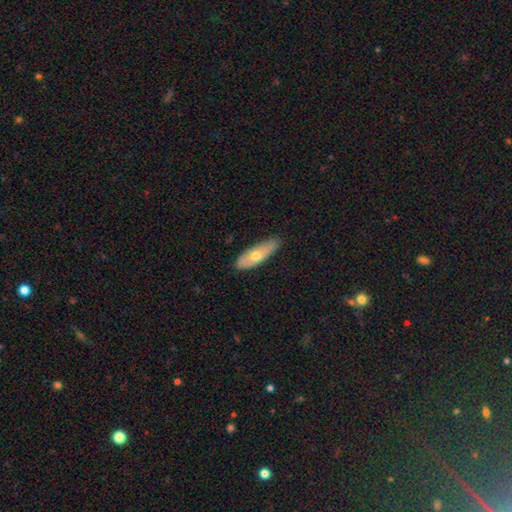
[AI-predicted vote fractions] smooth 59%, featured or disk 35%, star or artifact 6%. Down the decision tree: how rounded — in between (57%); merging — none (78%).